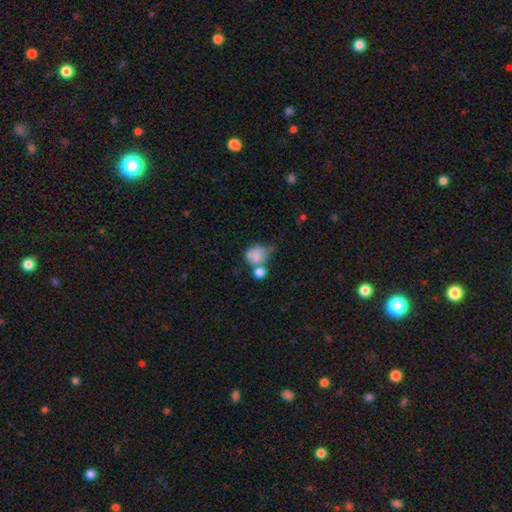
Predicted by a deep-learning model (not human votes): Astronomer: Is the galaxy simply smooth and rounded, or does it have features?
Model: smooth — 70%.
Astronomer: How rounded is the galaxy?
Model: round — 57% (runner-up: in between, 42%).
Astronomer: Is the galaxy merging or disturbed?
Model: merger — 35% (runner-up: none, 27%).